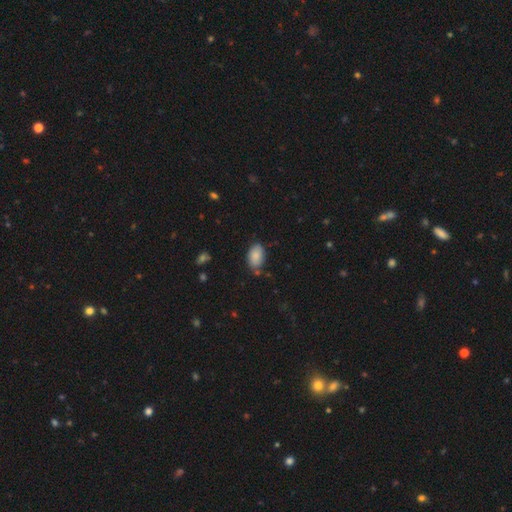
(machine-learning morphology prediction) Smooth or featured: smooth — 87% (star or artifact — 7%)
How rounded: in between — 92% (round — 7%)
Merging: none — 76% (minor disturbance — 17%)